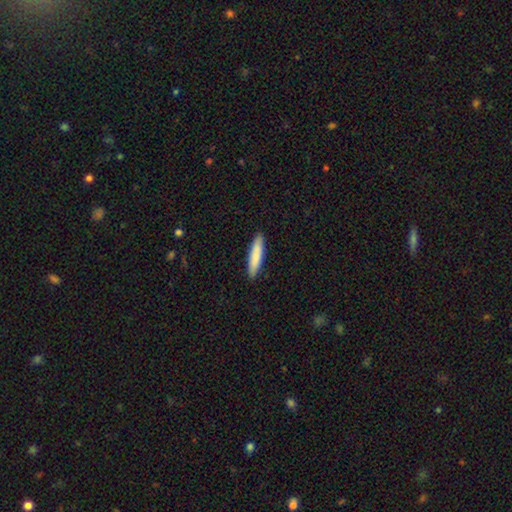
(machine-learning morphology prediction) This is clearly a smooth galaxy (85%). How rounded: clearly cigar-shaped (85%). Merging: clearly none (91%).